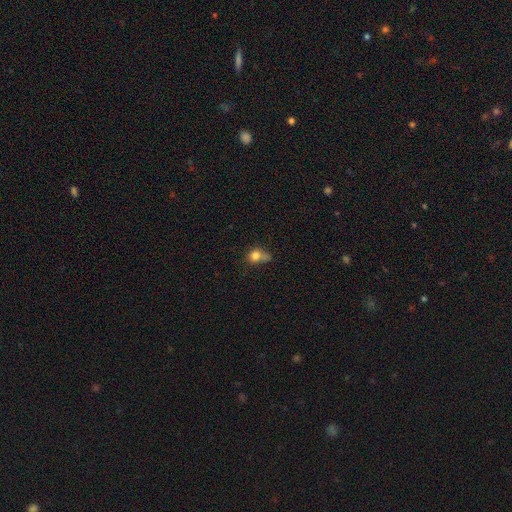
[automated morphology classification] smooth-or-featured: smooth: 77% | star or artifact: 12% | featured or disk: 11%
  how-rounded: round: 63% | in between: 35% | cigar-shaped: 2%
  merging: none: 35% | minor disturbance: 29% | major disturbance: 18% | merger: 18%